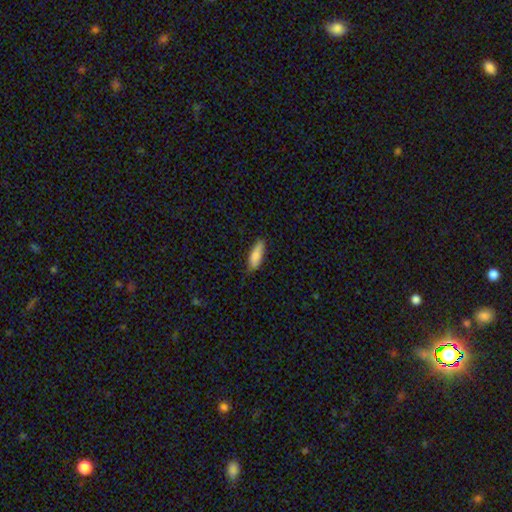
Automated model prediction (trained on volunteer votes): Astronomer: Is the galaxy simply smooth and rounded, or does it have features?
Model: smooth — 85%.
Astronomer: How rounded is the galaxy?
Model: in between — 58% (runner-up: cigar-shaped, 40%).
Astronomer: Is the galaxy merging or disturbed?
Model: none — 77%.